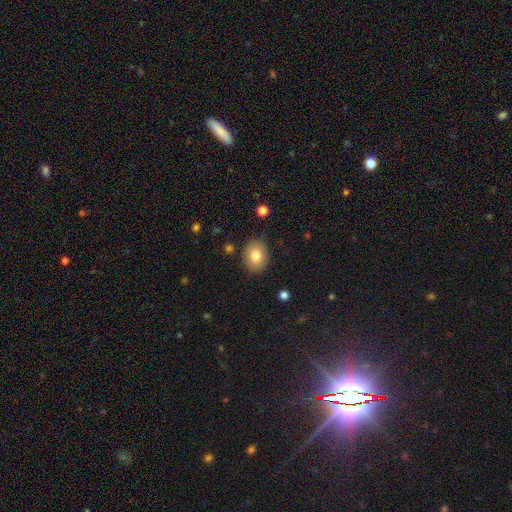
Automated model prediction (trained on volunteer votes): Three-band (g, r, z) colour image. It shows a smooth galaxy with no disk features (81%) that is in between round and cigar-shaped (55%). Merging: none (84%).